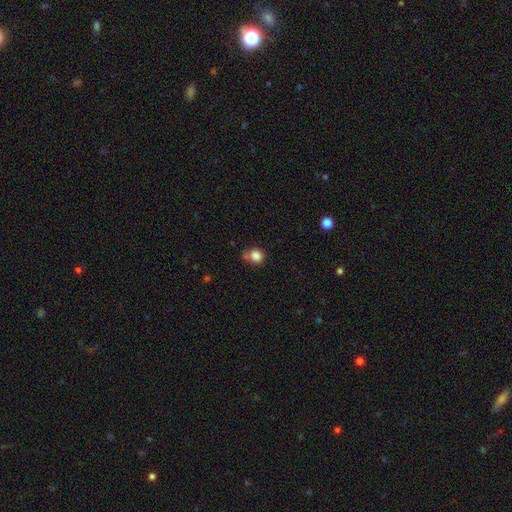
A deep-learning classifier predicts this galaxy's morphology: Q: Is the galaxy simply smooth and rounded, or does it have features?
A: smooth — 83%.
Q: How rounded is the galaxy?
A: round — 77%.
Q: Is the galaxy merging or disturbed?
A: none — 57%.